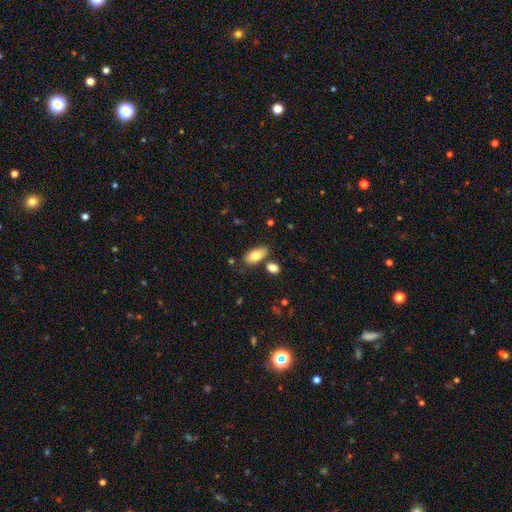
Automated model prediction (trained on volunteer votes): This appears to be a smooth galaxy with no disk features (78%) that is in between round and cigar-shaped (92%). Merging: none (74%).